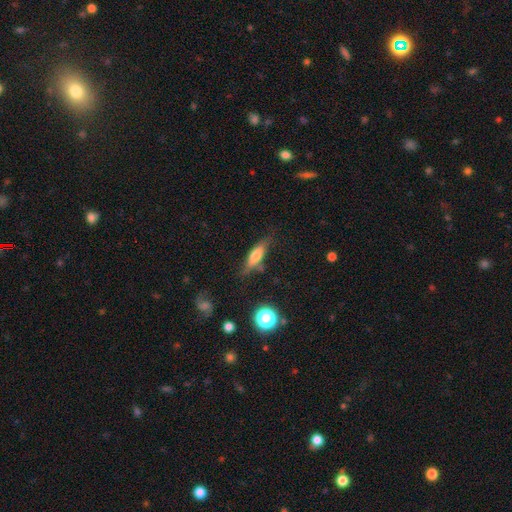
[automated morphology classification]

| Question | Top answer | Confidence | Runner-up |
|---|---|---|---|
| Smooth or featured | smooth | 62% | featured or disk (29%) |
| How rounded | cigar-shaped | 52% | in between (45%) |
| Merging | none | 69% | minor disturbance (21%) |